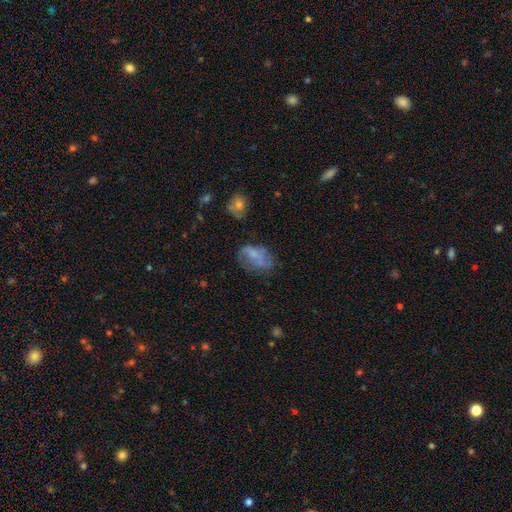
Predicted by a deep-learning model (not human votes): Q: Smooth or featured?
A: featured or disk (50%); runner-up: smooth (38%)
Q: Edge-on disk?
A: no (97%); runner-up: yes (3%)
Q: Merging?
A: none (45%); runner-up: minor disturbance (25%)